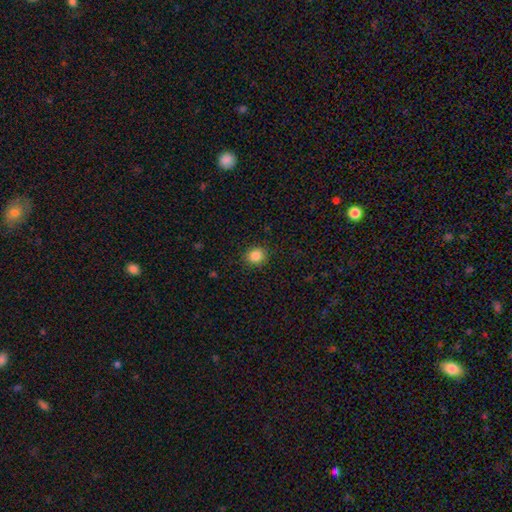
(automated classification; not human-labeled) Smooth or featured?
  - smooth: 85% *
  - star or artifact: 10%
  - featured or disk: 5%
How rounded?
  - round: 82% *
  - in between: 17%
  - cigar-shaped: 1%
Merging?
  - none: 90% *
  - minor disturbance: 7%
  - major disturbance: 2%
  - merger: 1%